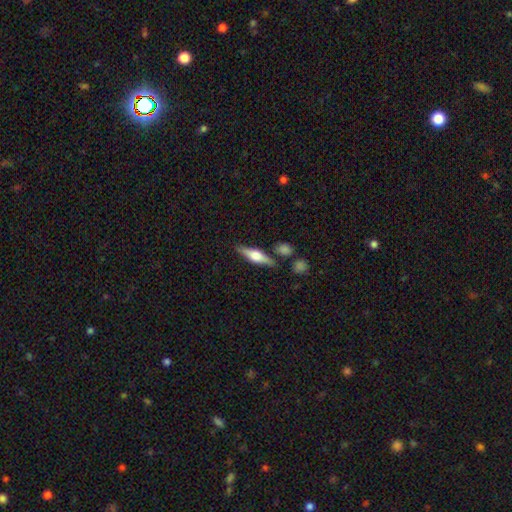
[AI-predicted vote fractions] Overall: featured or disk (62%; smooth 32%). Edge-on disk: yes (95%). Edge-on bulge: rounded (91%). Merging: none (81%).